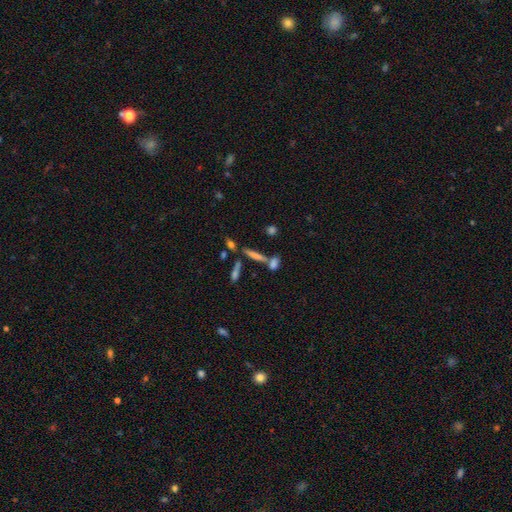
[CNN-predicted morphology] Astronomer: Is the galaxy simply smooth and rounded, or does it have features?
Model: smooth — 36% (runner-up: star or artifact, 33%).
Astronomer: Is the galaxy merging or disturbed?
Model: none — 60%.